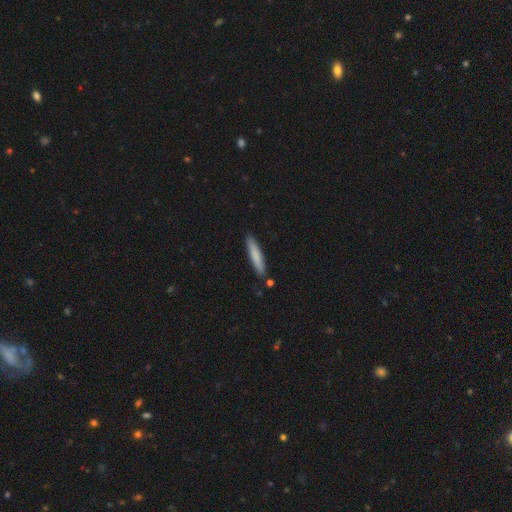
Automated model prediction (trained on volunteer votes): A smooth galaxy with no disk features (79%) that is cigar-shaped (90%).

Vote fractions:
- Smooth or featured? smooth: 79% / featured or disk: 15% / star or artifact: 6%
- How rounded? cigar-shaped: 90% / in between: 8% / round: 1%
- Merging? none: 87% / minor disturbance: 9% / merger: 3% / major disturbance: 2%